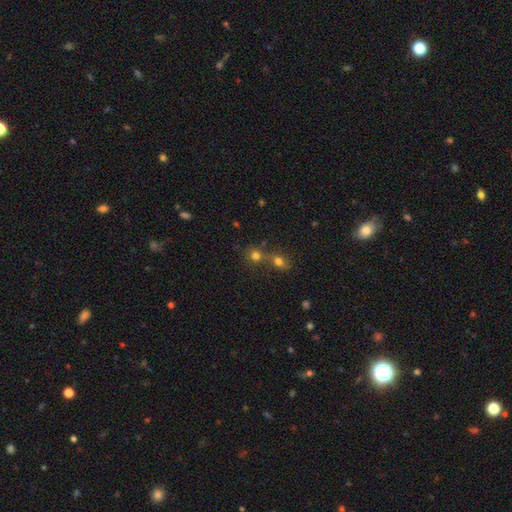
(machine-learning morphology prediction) Smooth or featured? Predicted: smooth (p=0.74). How rounded? Predicted: round (p=0.81). Merging? Predicted: merger (p=0.46).